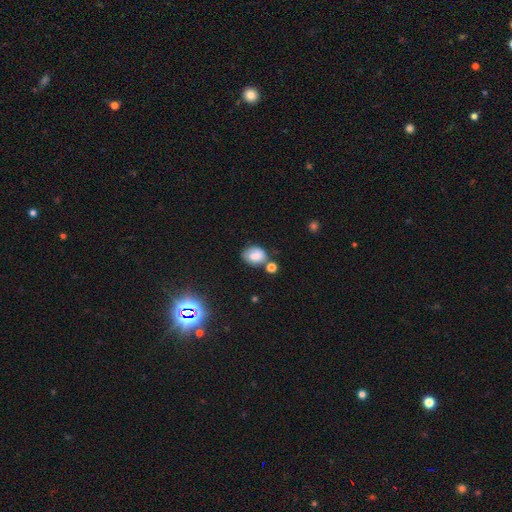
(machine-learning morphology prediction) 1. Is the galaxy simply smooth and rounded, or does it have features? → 73% smooth, 16% featured or disk, 12% star or artifact.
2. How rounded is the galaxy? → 65% in between, 34% round, 1% cigar-shaped.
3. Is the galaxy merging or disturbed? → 54% none, 22% minor disturbance, 17% merger, 7% major disturbance.